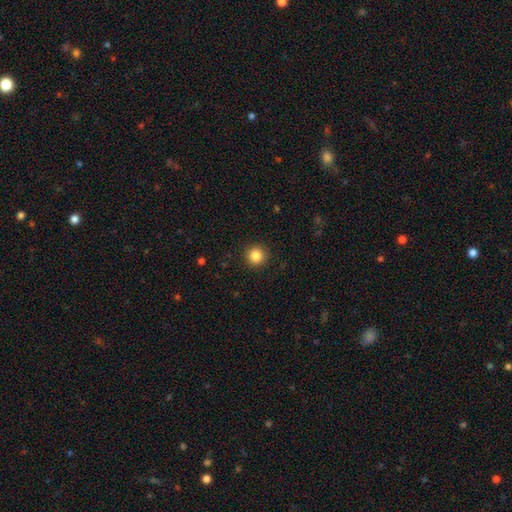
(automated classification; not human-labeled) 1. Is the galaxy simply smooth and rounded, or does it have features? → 85% smooth, 11% star or artifact, 4% featured or disk.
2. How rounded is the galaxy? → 95% round, 4% in between, 1% cigar-shaped.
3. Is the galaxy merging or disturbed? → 92% none, 5% minor disturbance, 2% major disturbance, 1% merger.